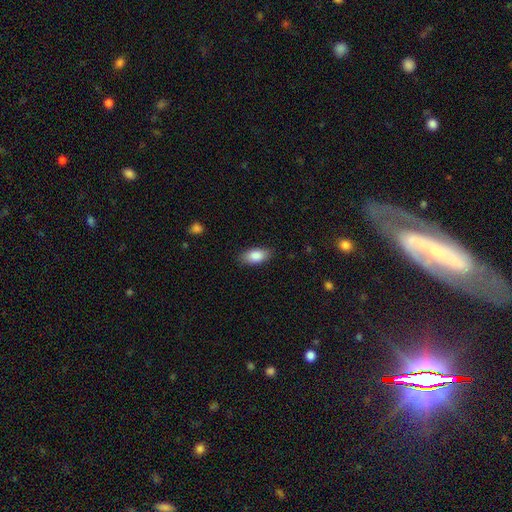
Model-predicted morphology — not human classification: Smooth or featured: smooth — 87% (star or artifact — 7%)
How rounded: in between — 91% (cigar-shaped — 5%)
Merging: none — 86% (minor disturbance — 11%)